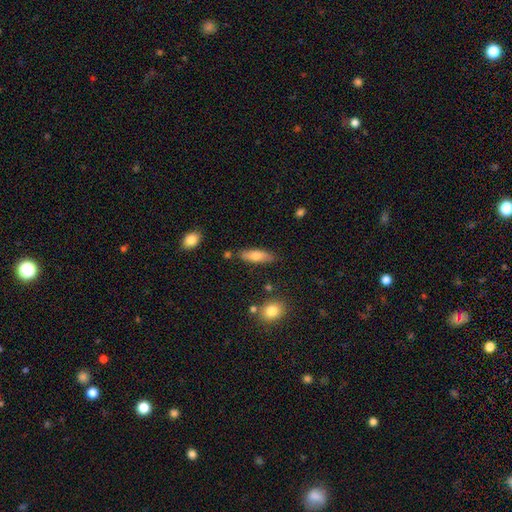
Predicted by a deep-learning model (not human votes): This is likely a smooth galaxy (74%). How rounded: possibly in between (56%). Merging: clearly none (80%).